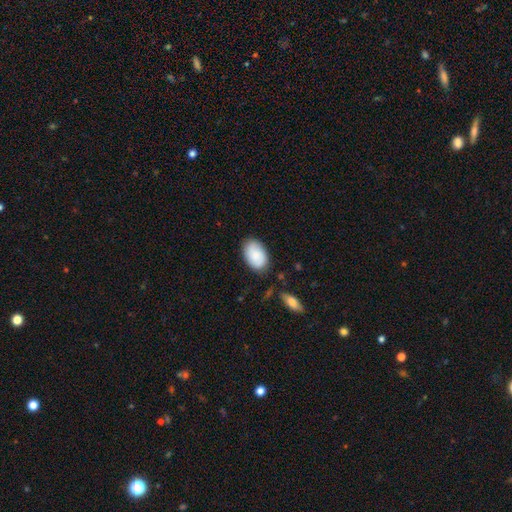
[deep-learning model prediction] This appears to be a smooth galaxy with no disk features (86%) that is in between round and cigar-shaped (91%). Merging: none (80%).